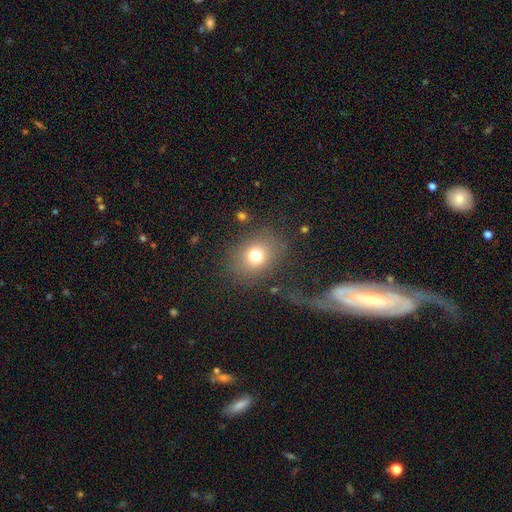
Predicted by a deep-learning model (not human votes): Smooth or featured: smooth — 75% (star or artifact — 13%)
How rounded: round — 54% (in between — 45%)
Merging: none — 71% (major disturbance — 13%)